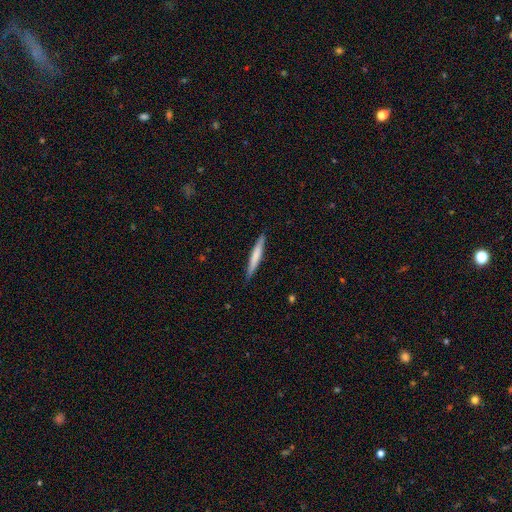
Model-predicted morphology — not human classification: type=smooth (66%); roundness=cigar-shaped (95%); merging=none (88%).